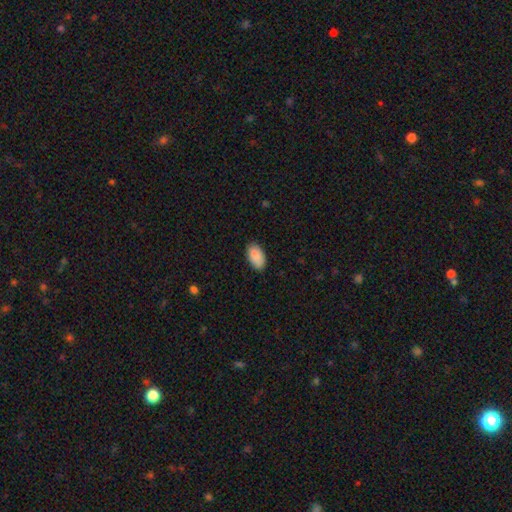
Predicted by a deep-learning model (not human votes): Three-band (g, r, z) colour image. It shows a smooth galaxy with no disk features (89%) that is in between round and cigar-shaped (94%). Merging: none (82%).